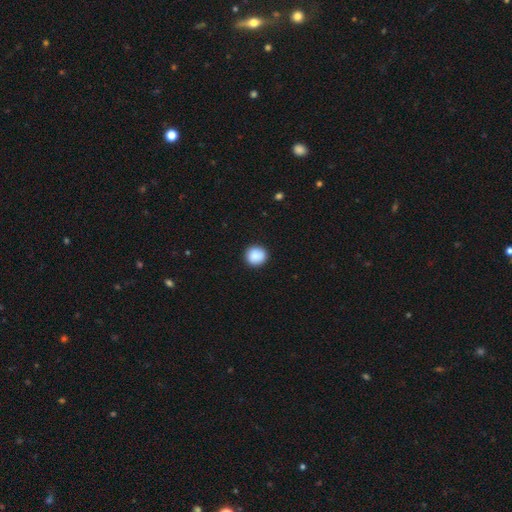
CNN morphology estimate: Overall: smooth (88%). How rounded: round (92%). Merging: none (91%).